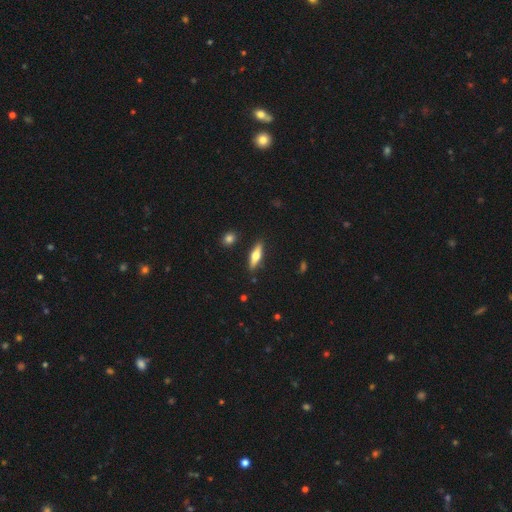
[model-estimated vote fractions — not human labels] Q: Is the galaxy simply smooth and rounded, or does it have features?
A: smooth — 50%.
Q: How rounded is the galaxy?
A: cigar-shaped — 61%.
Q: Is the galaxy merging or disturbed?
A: none — 88%.